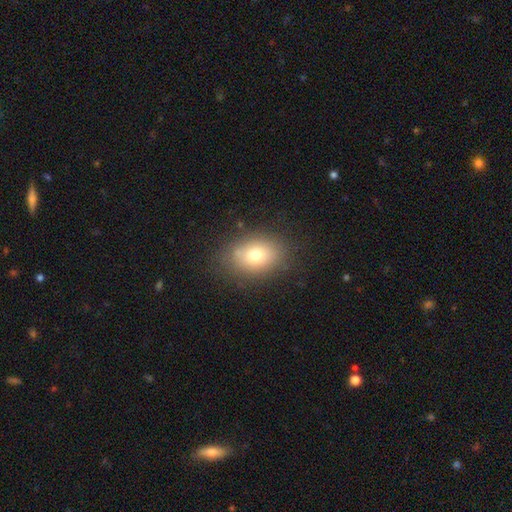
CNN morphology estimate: Overall: smooth (74%). How rounded: in between (65%; round 34%). Merging: none (79%).